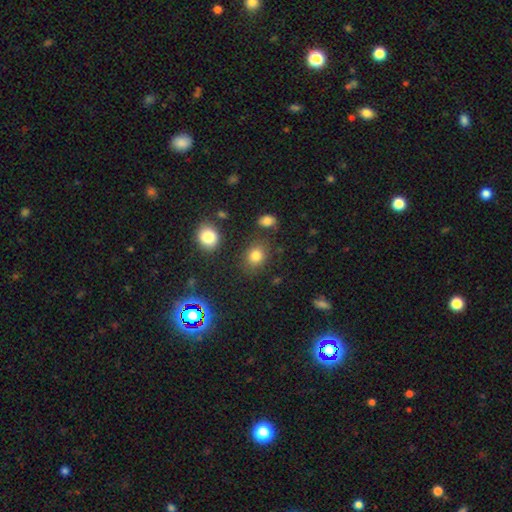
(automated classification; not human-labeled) This appears to be a smooth galaxy with no disk features (80%) that is round (58%). Merging: none (79%).